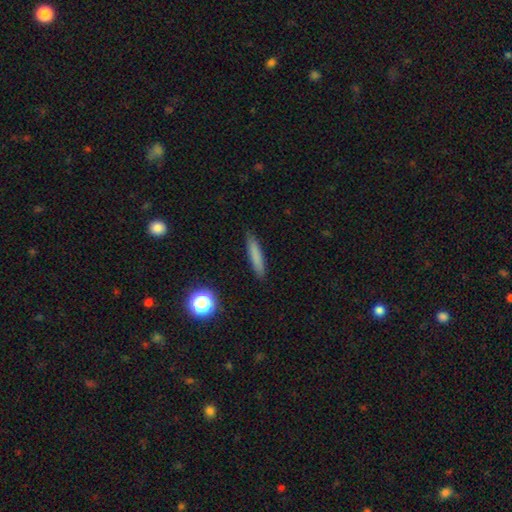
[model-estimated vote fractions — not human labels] The model was most divided on "smooth or featured": smooth: 79%, featured or disk: 12%, star or artifact: 9%. More confident: how rounded — cigar-shaped (89%); merging — none (88%).